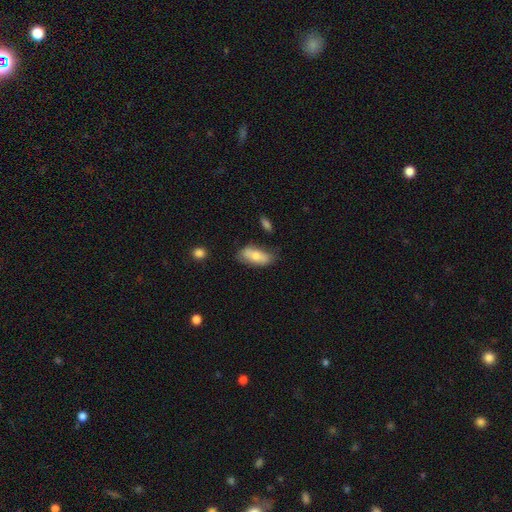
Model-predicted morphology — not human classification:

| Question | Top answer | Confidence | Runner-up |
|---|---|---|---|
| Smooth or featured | smooth | 69% | featured or disk (24%) |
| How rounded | in between | 84% | cigar-shaped (13%) |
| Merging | none | 68% | minor disturbance (22%) |